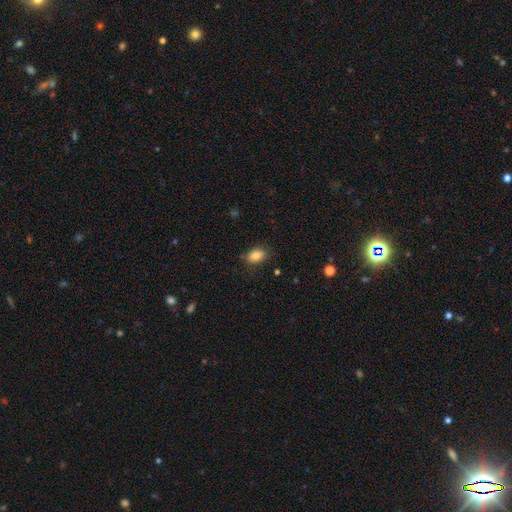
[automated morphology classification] smooth_or_featured: smooth (p=0.83) [alt: star or artifact p=0.09]
how_rounded: in between (p=0.85) [alt: round p=0.13]
merging: none (p=0.81) [alt: minor disturbance p=0.14]